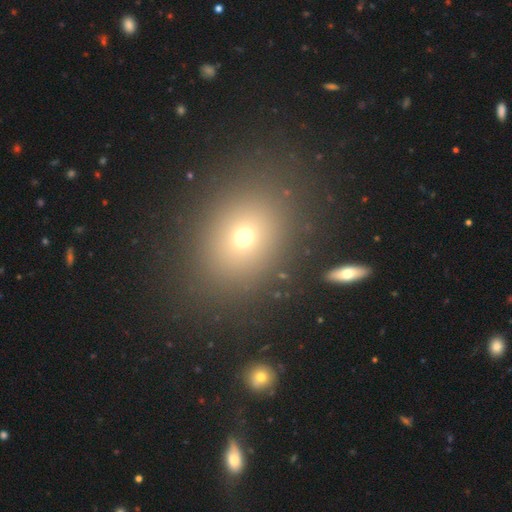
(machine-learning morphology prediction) This is likely a smooth galaxy (67%). How rounded: possibly in between (50%). Merging: clearly none (83%).